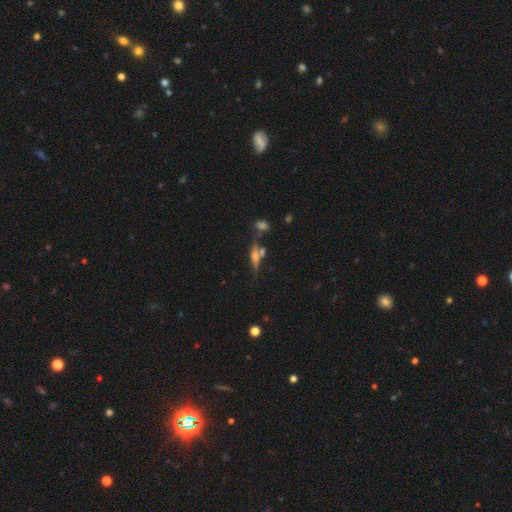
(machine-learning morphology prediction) Smooth or featured?
  - featured or disk: 60% *
  - smooth: 27%
  - star or artifact: 13%
Edge-on disk?
  - yes: 90% *
  - no: 10%
Edge-on bulge?
  - rounded: 83% *
  - boxy: 10%
  - none: 7%
Merging?
  - none: 61% *
  - merger: 17%
  - minor disturbance: 15%
  - major disturbance: 7%